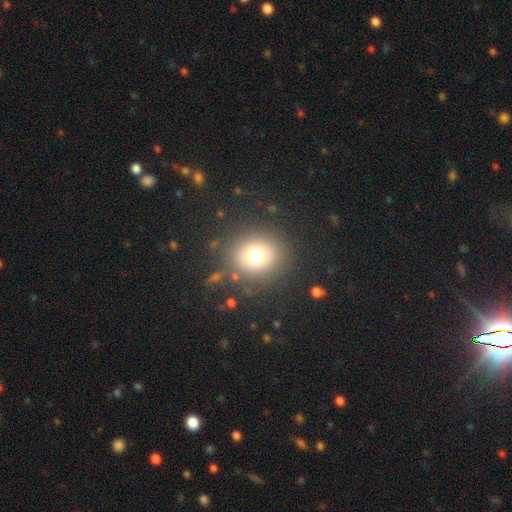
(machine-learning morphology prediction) type=smooth (72%); roundness=round (82%); merging=none (82%).